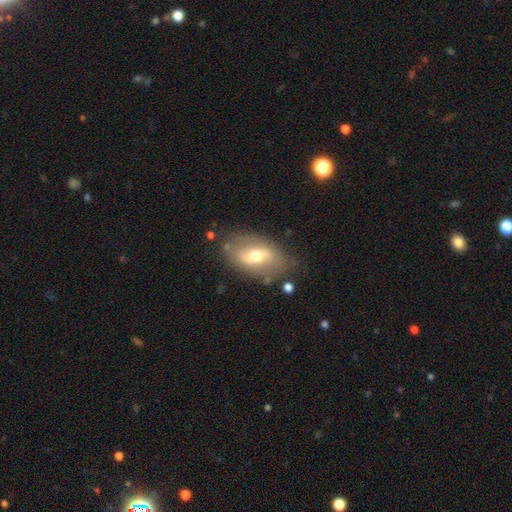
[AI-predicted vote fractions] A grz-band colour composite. It shows a featured or disk galaxy (49%). Merging: none (72%).